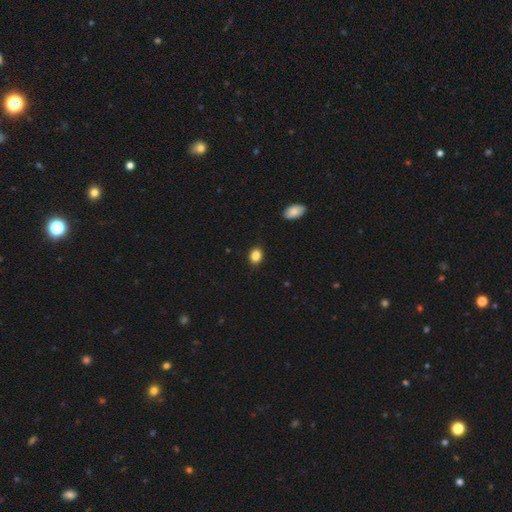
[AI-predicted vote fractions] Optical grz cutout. It shows a smooth galaxy with no disk features (86%) that is in between round and cigar-shaped (56%). Merging: none (88%).